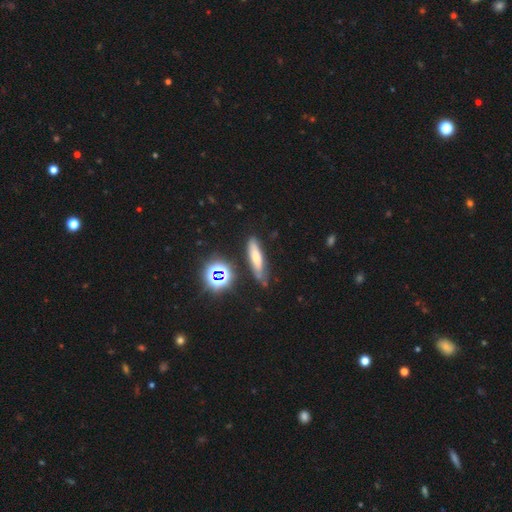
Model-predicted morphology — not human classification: Q: Smooth or featured?
A: smooth (49%); runner-up: featured or disk (25%)
Q: Merging?
A: none (69%); runner-up: minor disturbance (21%)